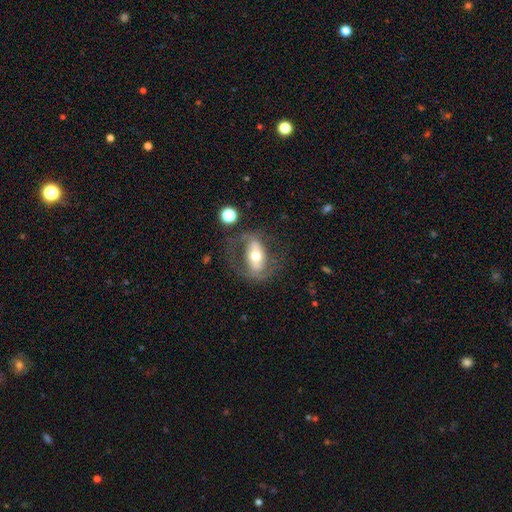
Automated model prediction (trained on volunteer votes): This is likely a featured or disk galaxy (60%). It is clearly not viewed edge-on (88%). Bar: marginally strong (41%). Spiral arm pattern: possibly yes (54%). Central bulge: likely moderate (69%). Merging: possibly none (53%).